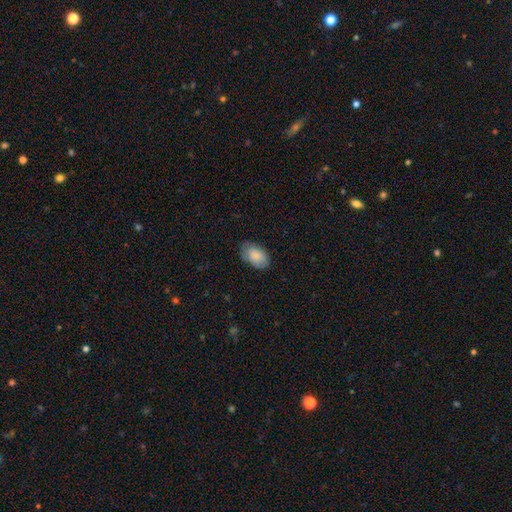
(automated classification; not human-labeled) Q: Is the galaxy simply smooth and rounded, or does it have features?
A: smooth — 84%.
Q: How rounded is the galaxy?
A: in between — 92%.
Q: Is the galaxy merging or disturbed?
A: none — 69%.